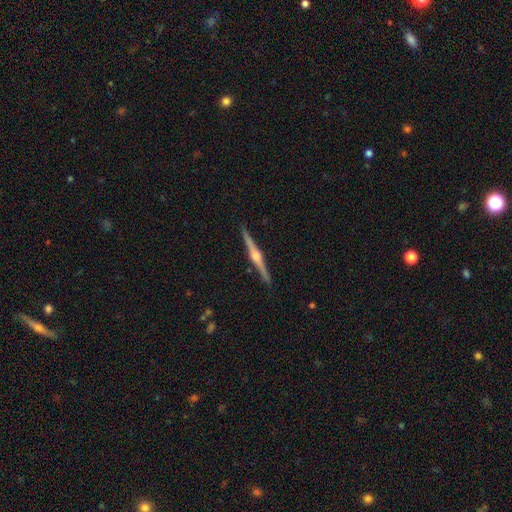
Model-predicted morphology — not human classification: smooth_or_featured: featured or disk (p=0.84) [alt: smooth p=0.11]
disk_edge_on: yes (p=0.99) [alt: no p=0.01]
edge_on_bulge: rounded (p=0.90) [alt: boxy p=0.06]
merging: none (p=0.92) [alt: minor disturbance p=0.06]